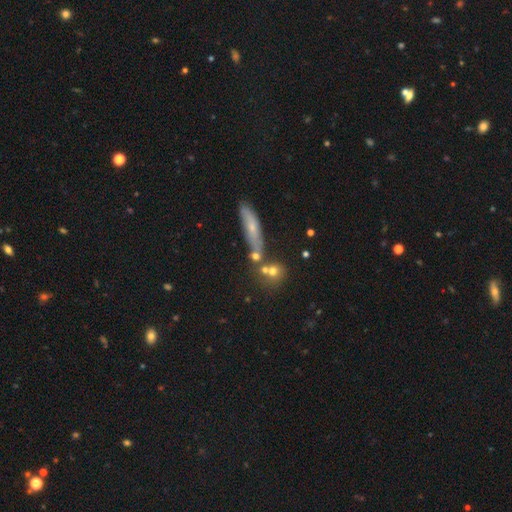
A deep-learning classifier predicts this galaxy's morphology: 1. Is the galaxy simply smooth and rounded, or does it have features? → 57% smooth, 28% featured or disk, 15% star or artifact.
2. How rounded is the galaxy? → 51% cigar-shaped, 28% round, 22% in between.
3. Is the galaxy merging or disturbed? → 57% none, 23% merger, 14% minor disturbance, 6% major disturbance.